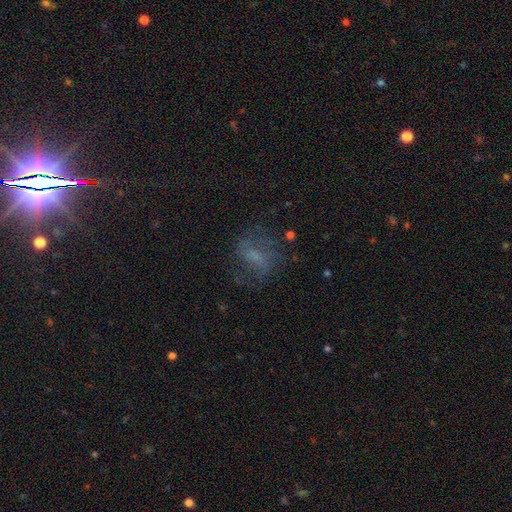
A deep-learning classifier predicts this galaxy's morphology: Q: Smooth or featured?
A: featured or disk (43%); runner-up: smooth (38%)
Q: Merging?
A: none (58%); runner-up: major disturbance (21%)